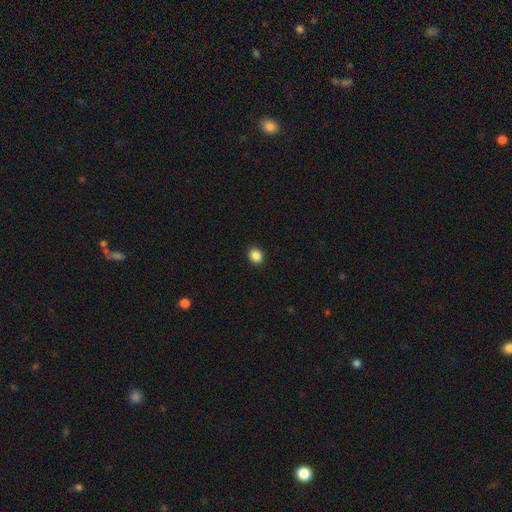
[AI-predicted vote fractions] A smooth galaxy with no disk features (88%) that is round (54%).

Vote fractions:
- Smooth or featured? smooth: 88% / star or artifact: 9% / featured or disk: 3%
- How rounded? round: 54% / in between: 45% / cigar-shaped: 1%
- Merging? none: 91% / minor disturbance: 6% / major disturbance: 2% / merger: 1%